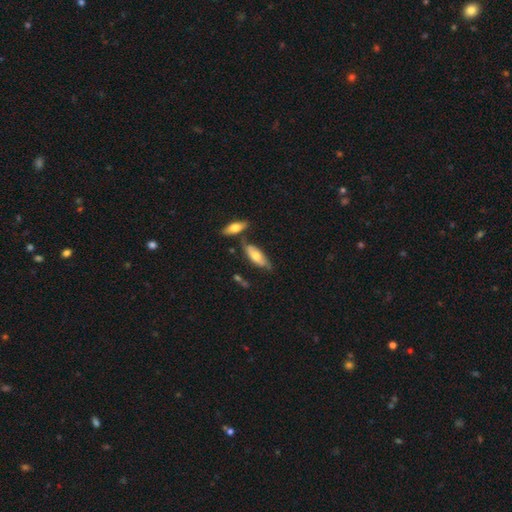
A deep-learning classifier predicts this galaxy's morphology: Smooth or featured? Predicted: smooth (p=0.57). How rounded? Predicted: in between (p=0.69). Merging? Predicted: none (p=0.57).